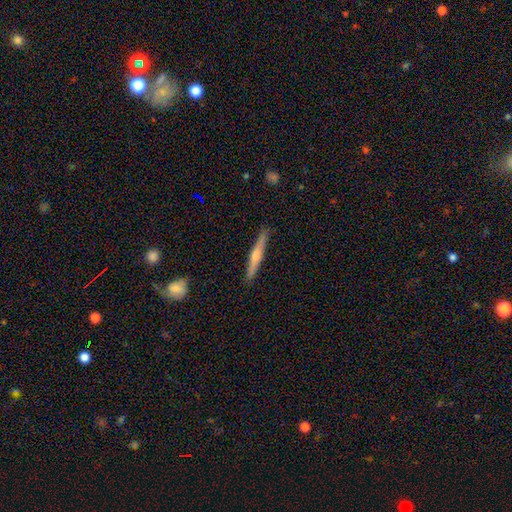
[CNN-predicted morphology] Overall: featured or disk (67%). Edge-on disk: yes (97%). Edge-on bulge: rounded (83%). Merging: none (89%).